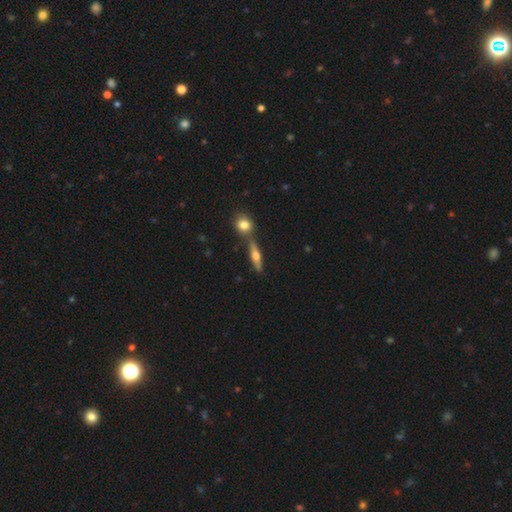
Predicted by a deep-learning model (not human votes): Smooth or featured? Predicted: featured or disk (p=0.51). Edge-on disk? Predicted: yes (p=0.92). Merging? Predicted: none (p=0.67).